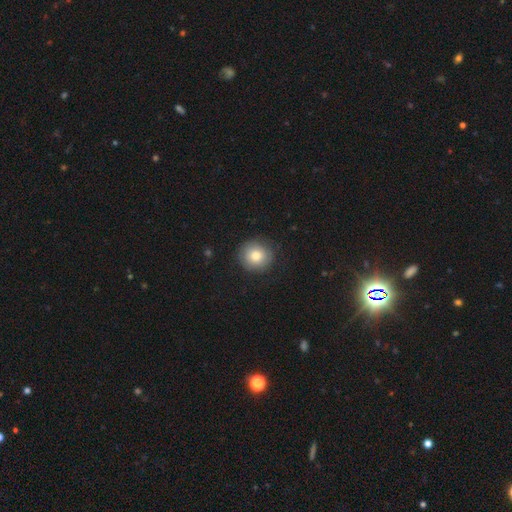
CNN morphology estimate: This is likely a smooth galaxy (79%). How rounded: clearly round (90%). Merging: clearly none (86%).